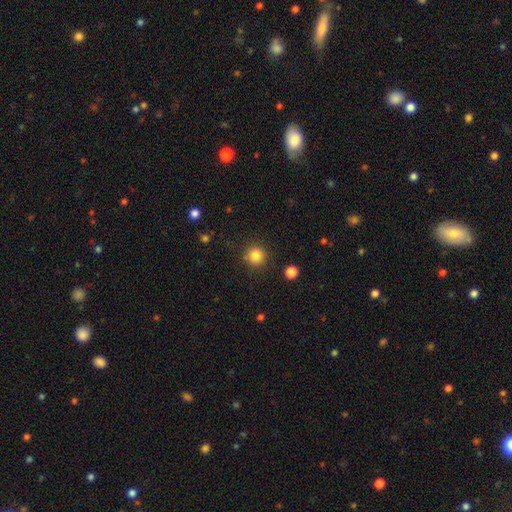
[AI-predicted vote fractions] smooth 84%, star or artifact 11%, featured or disk 4%. Down the decision tree: how rounded — round (94%); merging — none (88%).